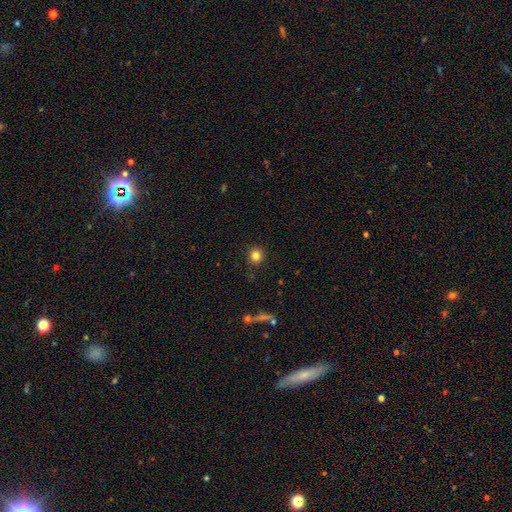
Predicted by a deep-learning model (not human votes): Smooth or featured? smooth (82%)
How rounded? round (91%)
Merging? none (89%)